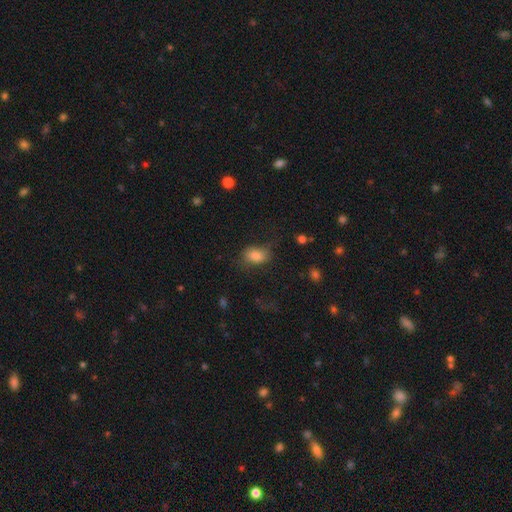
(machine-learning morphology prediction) Overall: smooth (79%). How rounded: in between (84%). Merging: none (57%; minor disturbance 24%).